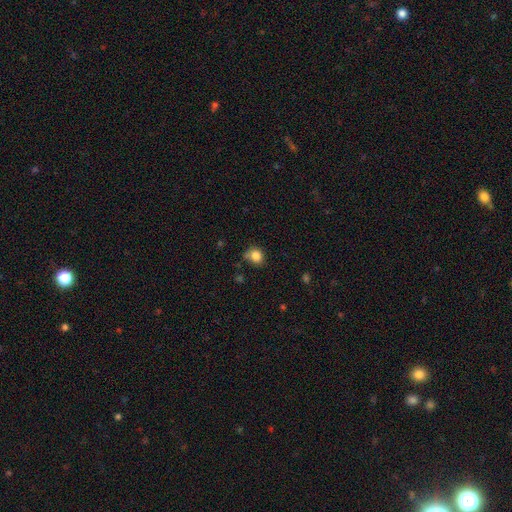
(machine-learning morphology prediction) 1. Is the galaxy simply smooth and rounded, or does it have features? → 83% smooth, 11% star or artifact, 6% featured or disk.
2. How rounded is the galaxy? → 74% round, 25% in between, 1% cigar-shaped.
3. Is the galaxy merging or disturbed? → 63% none, 25% minor disturbance, 6% major disturbance, 5% merger.